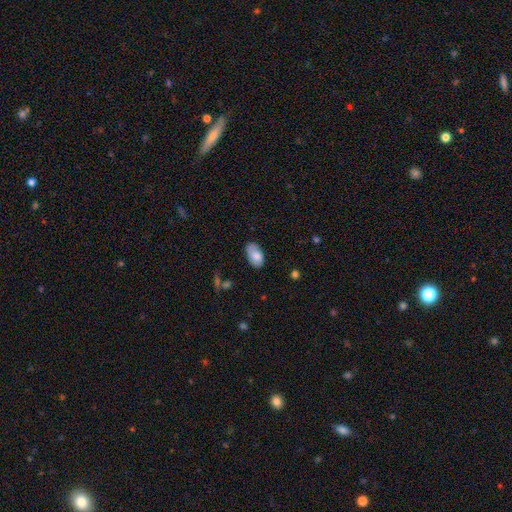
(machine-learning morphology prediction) smooth-or-featured: smooth: 80% | featured or disk: 13% | star or artifact: 7%
  how-rounded: in between: 95% | round: 4% | cigar-shaped: 2%
  merging: none: 75% | minor disturbance: 20% | major disturbance: 4% | merger: 2%